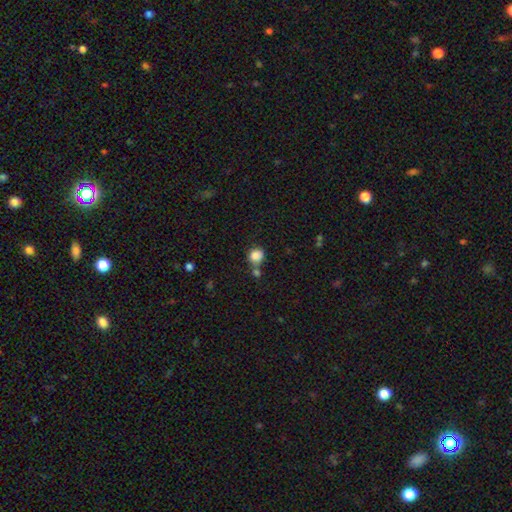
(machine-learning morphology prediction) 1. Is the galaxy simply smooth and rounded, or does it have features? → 84% smooth, 10% star or artifact, 6% featured or disk.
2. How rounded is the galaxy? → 79% round, 20% in between, 1% cigar-shaped.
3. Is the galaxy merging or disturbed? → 54% none, 27% merger, 14% minor disturbance, 5% major disturbance.